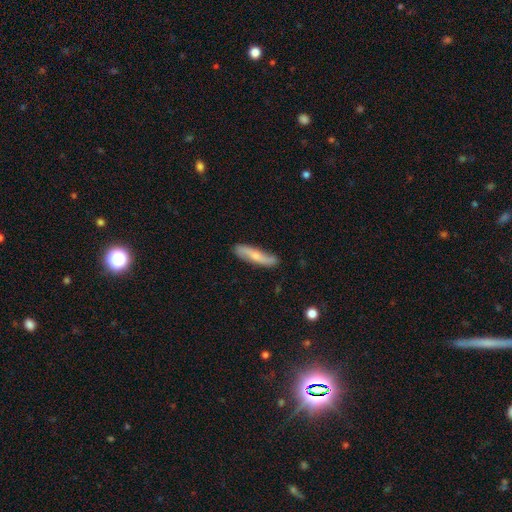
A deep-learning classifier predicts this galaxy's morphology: Smooth or featured?
  - smooth: 48% *
  - featured or disk: 46%
  - star or artifact: 6%
Merging?
  - none: 82% *
  - minor disturbance: 14%
  - major disturbance: 3%
  - merger: 2%